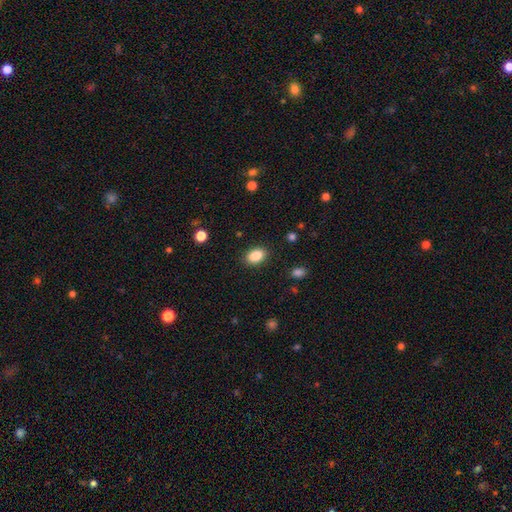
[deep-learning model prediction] This appears to be a smooth galaxy with no disk features (87%) that is in between round and cigar-shaped (83%). Merging: none (88%).